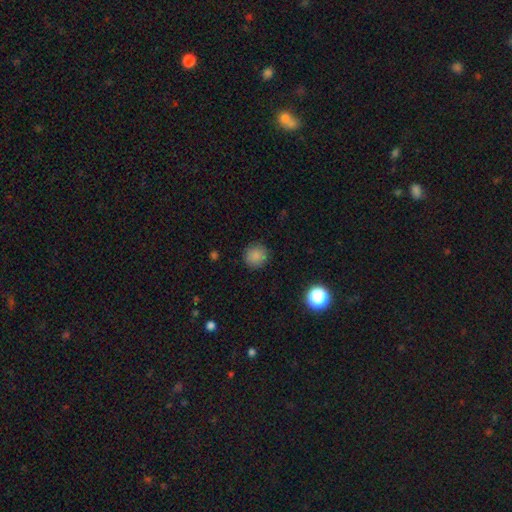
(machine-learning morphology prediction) smooth-or-featured: smooth: 85% | star or artifact: 11% | featured or disk: 4%
  how-rounded: round: 92% | in between: 7% | cigar-shaped: 1%
  merging: none: 89% | minor disturbance: 8% | major disturbance: 2% | merger: 1%